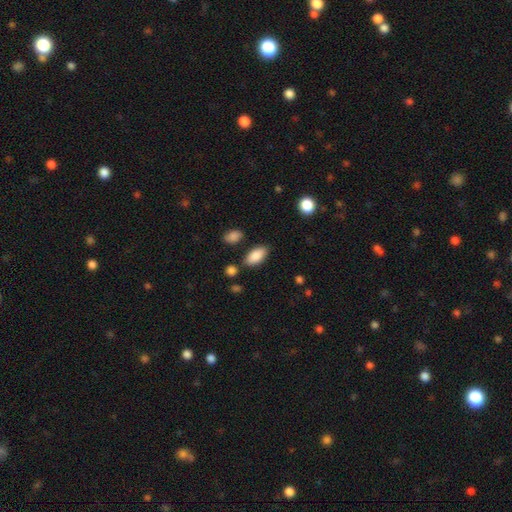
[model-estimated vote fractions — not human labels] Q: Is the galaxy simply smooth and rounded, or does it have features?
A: smooth — 87%.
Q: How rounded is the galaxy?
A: in between — 92%.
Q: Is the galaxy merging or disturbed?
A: none — 81%.